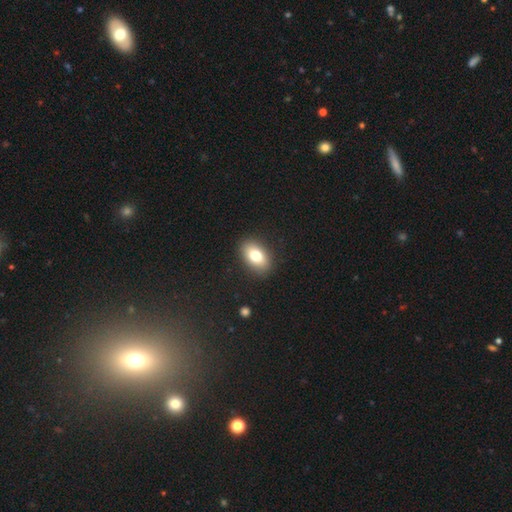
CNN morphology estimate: A smooth galaxy with no disk features (78%) that is in between round and cigar-shaped (89%). Merging: none (88%).